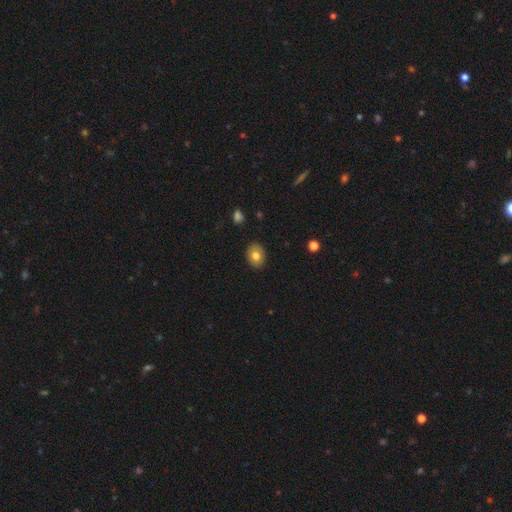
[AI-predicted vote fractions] Smooth or featured? Predicted: smooth (p=0.78). How rounded? Predicted: in between (p=0.58). Merging? Predicted: none (p=0.88).